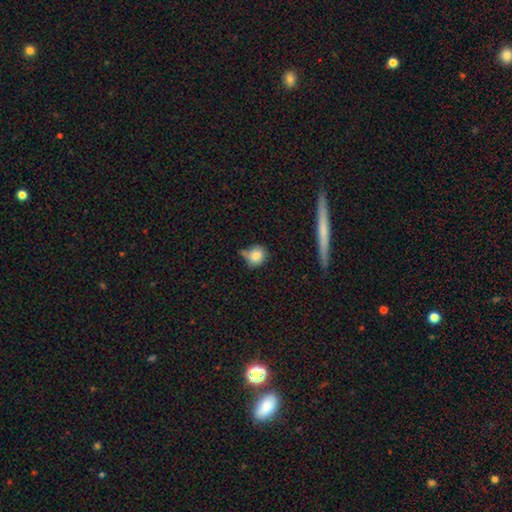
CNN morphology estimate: A smooth galaxy with no disk features (80%) that is round (70%).

Vote fractions:
- Smooth or featured? smooth: 80% / featured or disk: 11% / star or artifact: 9%
- How rounded? round: 70% / in between: 27% / cigar-shaped: 3%
- Merging? none: 47% / minor disturbance: 31% / merger: 11% / major disturbance: 11%